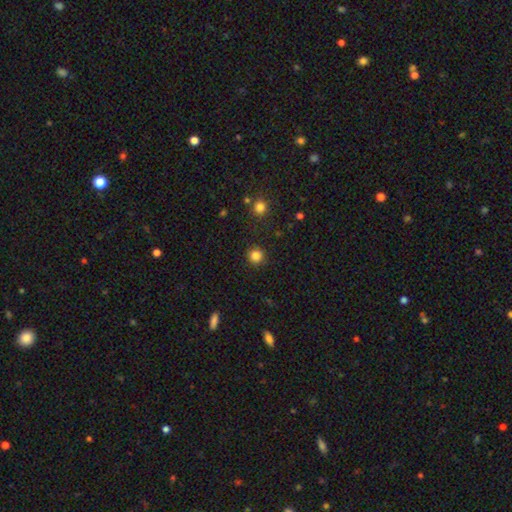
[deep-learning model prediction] A smooth galaxy with no disk features (84%) that is round (94%).

Vote fractions:
- Smooth or featured? smooth: 84% / star or artifact: 13% / featured or disk: 3%
- How rounded? round: 94% / in between: 5% / cigar-shaped: 1%
- Merging? none: 91% / minor disturbance: 5% / major disturbance: 2% / merger: 1%